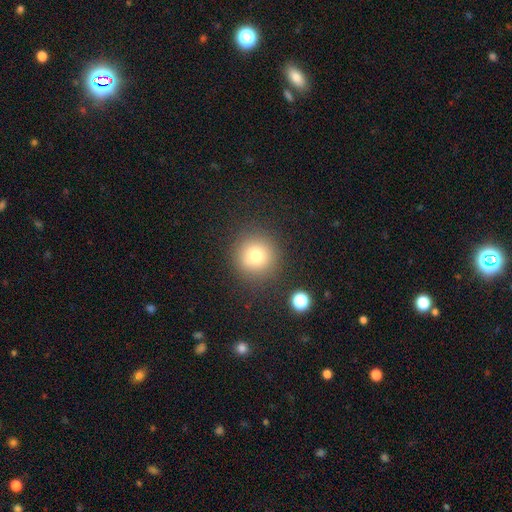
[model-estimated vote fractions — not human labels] Q: Smooth or featured?
A: smooth (75%); runner-up: star or artifact (15%)
Q: How rounded?
A: round (94%); runner-up: in between (5%)
Q: Merging?
A: none (85%); runner-up: minor disturbance (8%)